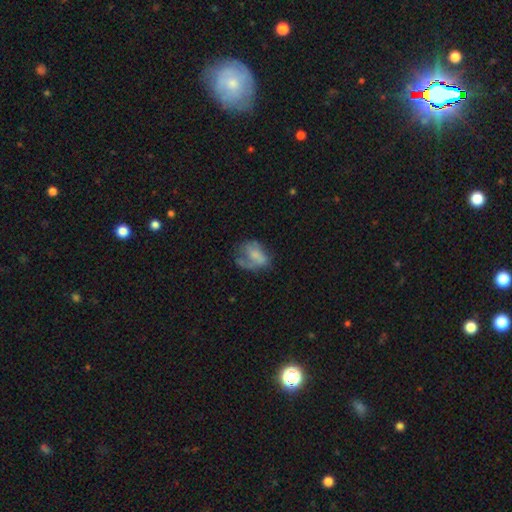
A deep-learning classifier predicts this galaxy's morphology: Q: Smooth or featured?
A: smooth (51%); runner-up: featured or disk (39%)
Q: How rounded?
A: in between (68%); runner-up: round (30%)
Q: Merging?
A: major disturbance (34%); tied with: none (34%)